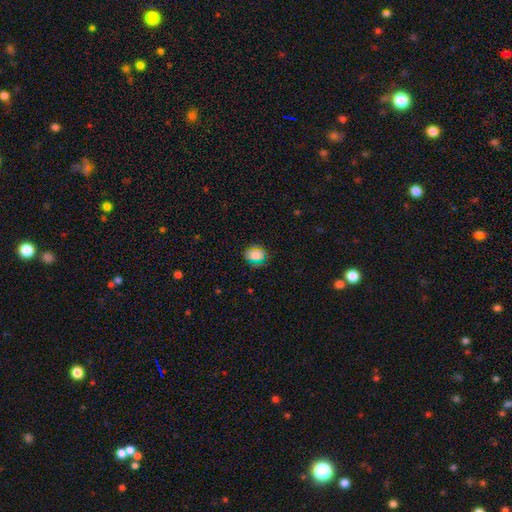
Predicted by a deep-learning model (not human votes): Smooth or featured? smooth (70%)
How rounded? round (54%)
Merging? none (79%)